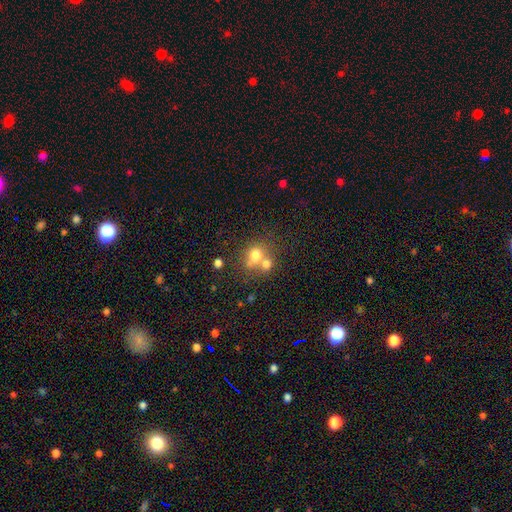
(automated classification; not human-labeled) smooth_or_featured: smooth (p=0.70) [alt: featured or disk p=0.17]
how_rounded: round (p=0.68) [alt: in between p=0.31]
merging: merger (p=0.51) [alt: none p=0.36]